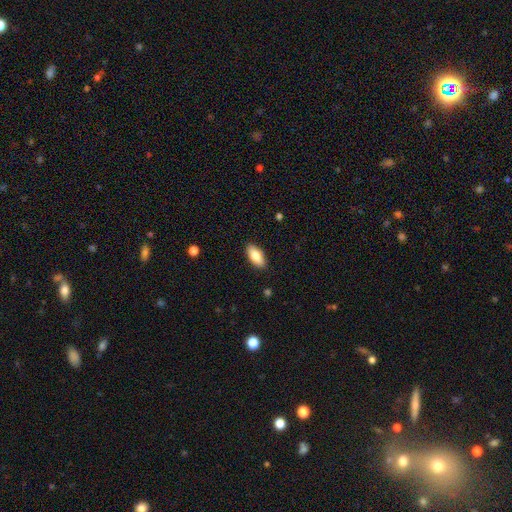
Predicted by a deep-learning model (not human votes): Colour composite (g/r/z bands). It shows a smooth galaxy with no disk features (81%) that is in between round and cigar-shaped (88%). Merging: none (89%).